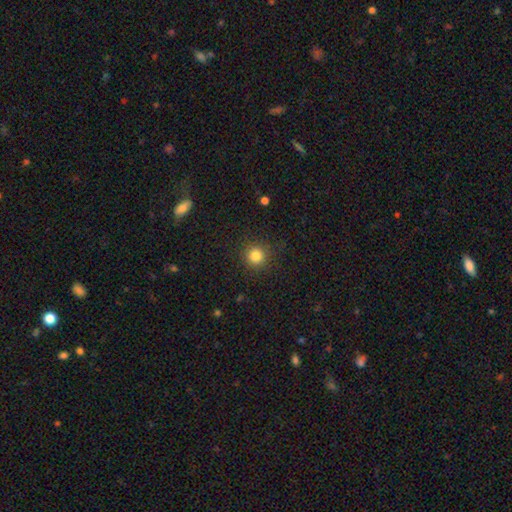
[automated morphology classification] This is clearly a smooth galaxy (84%). How rounded: clearly round (94%). Merging: clearly none (90%).